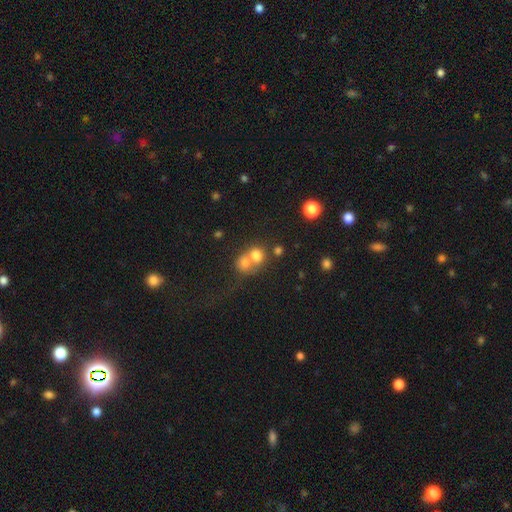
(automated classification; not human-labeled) smooth_or_featured: smooth (p=0.72) [alt: featured or disk p=0.15]
how_rounded: round (p=0.74) [alt: in between p=0.25]
merging: merger (p=0.65) [alt: none p=0.27]